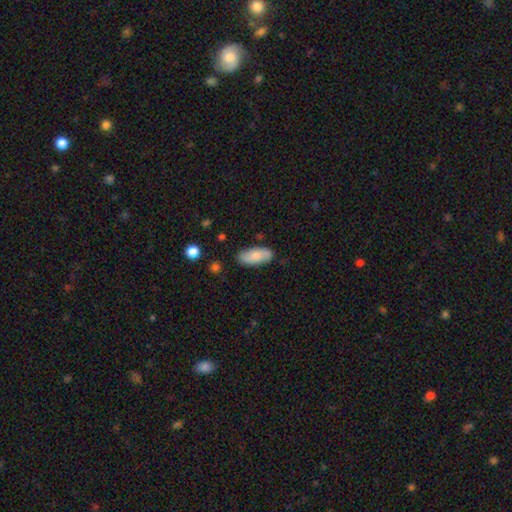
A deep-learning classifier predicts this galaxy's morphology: Smooth or featured? smooth (77%)
How rounded? in between (86%)
Merging? none (82%)